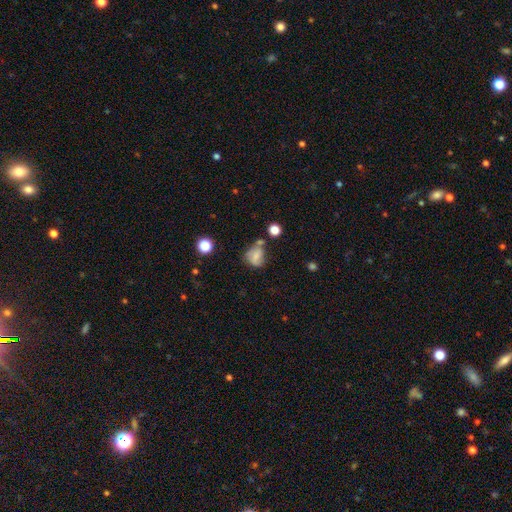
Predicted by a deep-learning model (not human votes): Smooth or featured? Predicted: smooth (p=0.65). How rounded? Predicted: round (p=0.62). Merging? Predicted: none (p=0.46).